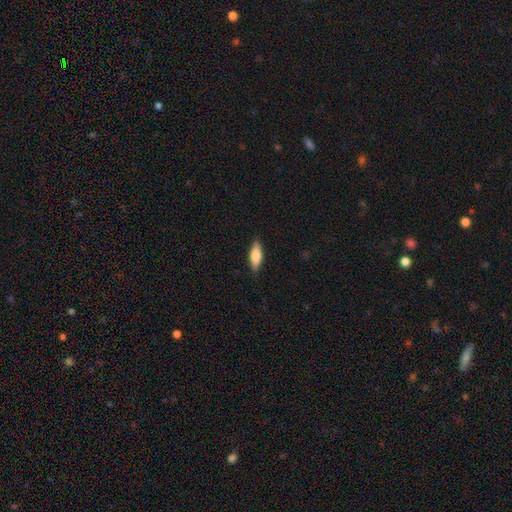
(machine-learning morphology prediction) Q: Smooth or featured?
A: smooth (77%); runner-up: featured or disk (17%)
Q: How rounded?
A: in between (61%); runner-up: cigar-shaped (36%)
Q: Merging?
A: none (87%); runner-up: minor disturbance (10%)